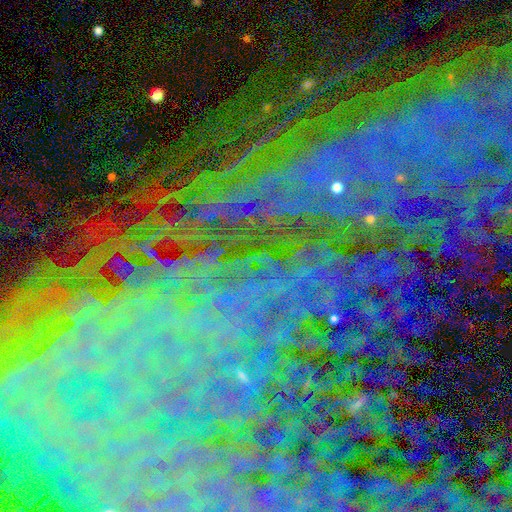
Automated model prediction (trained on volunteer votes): smooth-or-featured: star or artifact: 82% | featured or disk: 11% | smooth: 8%